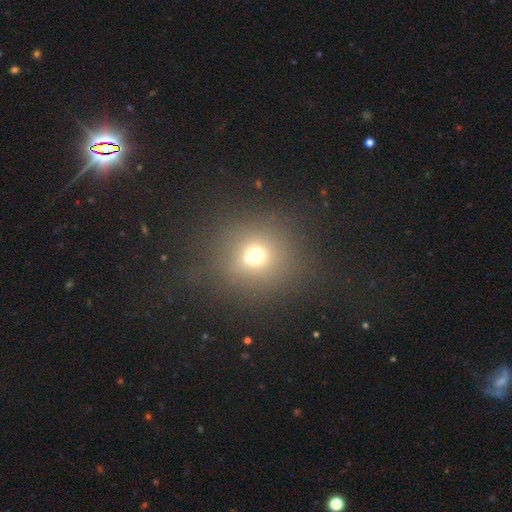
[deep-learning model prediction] smooth_or_featured: smooth (p=0.65) [alt: star or artifact p=0.22]
how_rounded: round (p=0.89) [alt: in between p=0.10]
merging: none (p=0.66) [alt: merger p=0.17]